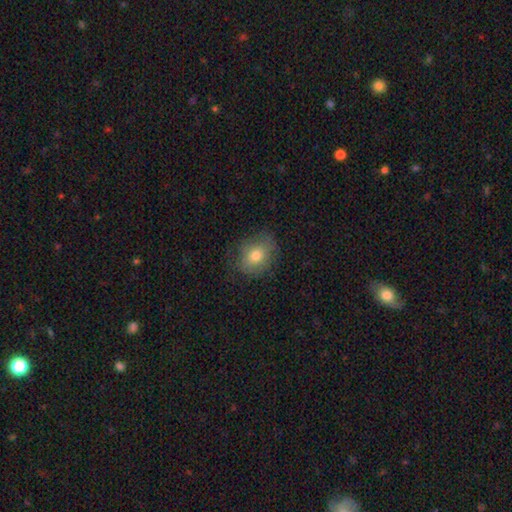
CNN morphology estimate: This appears to be a smooth galaxy with no disk features (74%) that is round (51%). Merging: none (74%).